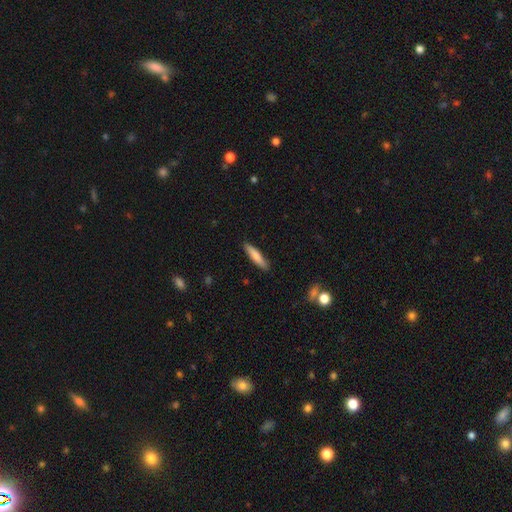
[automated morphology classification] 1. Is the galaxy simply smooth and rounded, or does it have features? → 76% smooth, 19% featured or disk, 6% star or artifact.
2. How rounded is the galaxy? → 86% cigar-shaped, 12% in between, 1% round.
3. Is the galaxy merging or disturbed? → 89% none, 8% minor disturbance, 2% major disturbance, 1% merger.